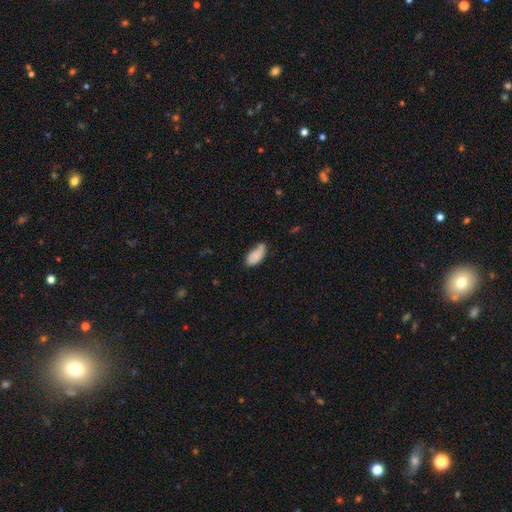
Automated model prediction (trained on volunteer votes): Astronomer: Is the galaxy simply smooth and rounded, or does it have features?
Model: smooth — 84%.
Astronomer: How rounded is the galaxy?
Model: in between — 93%.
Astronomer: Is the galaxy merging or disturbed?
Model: none — 58%.